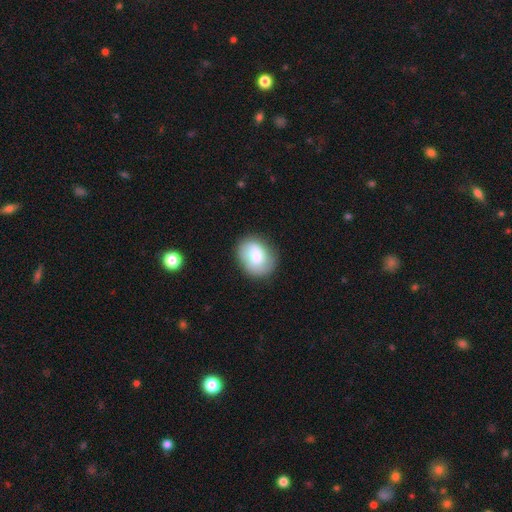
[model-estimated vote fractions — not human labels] A smooth galaxy with no disk features (70%) that is round (50%). Merging: none (73%).